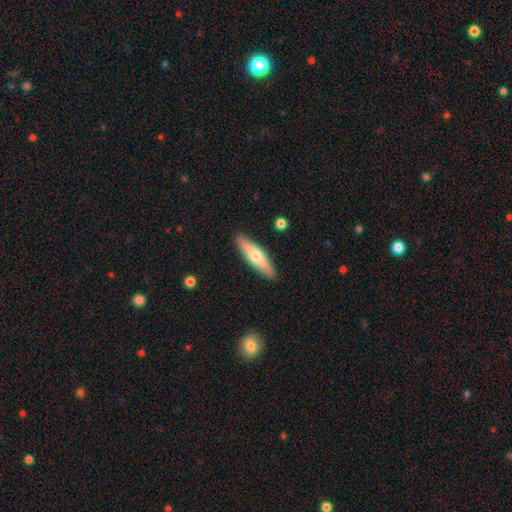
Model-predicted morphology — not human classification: A smooth galaxy with no disk features (60%) that is cigar-shaped (73%).

Vote fractions:
- Smooth or featured? smooth: 60% / featured or disk: 35% / star or artifact: 5%
- How rounded? cigar-shaped: 73% / in between: 25% / round: 2%
- Merging? none: 90% / minor disturbance: 7% / major disturbance: 2% / merger: 1%